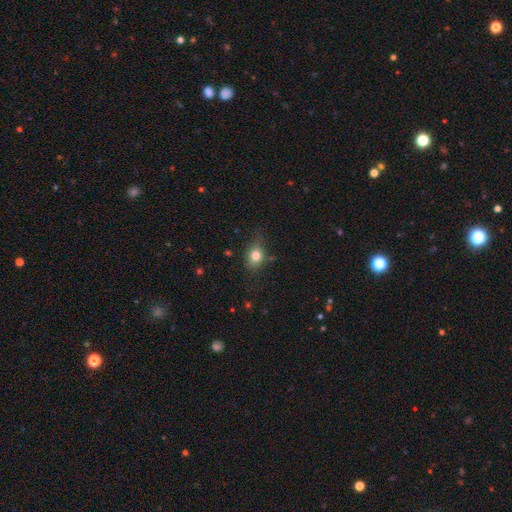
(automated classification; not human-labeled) A smooth galaxy with no disk features (77%) that is in between round and cigar-shaped (55%). Merging: none (65%).